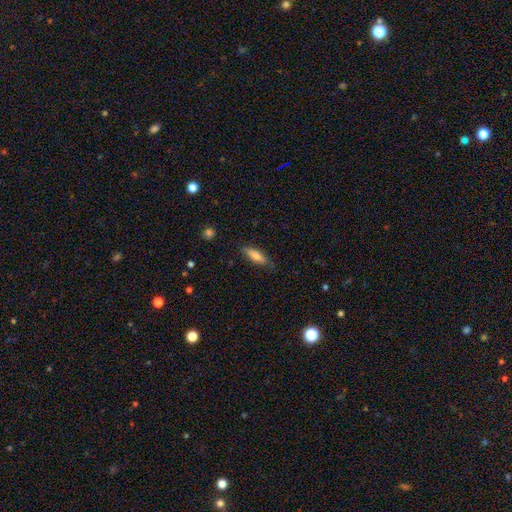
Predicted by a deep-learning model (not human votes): smooth 69%, featured or disk 24%, star or artifact 6%. Down the decision tree: how rounded — cigar-shaped (62%); merging — none (78%).